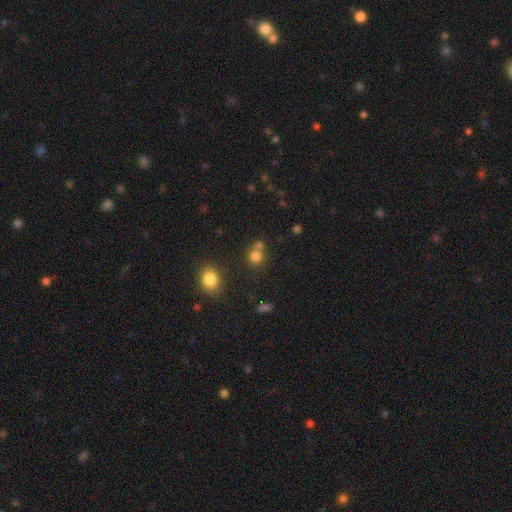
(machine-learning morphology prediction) A smooth galaxy with no disk features (78%) that is round (86%). Merging: none (57%).